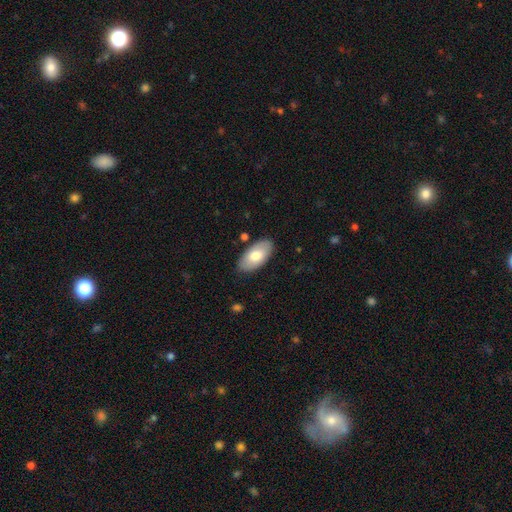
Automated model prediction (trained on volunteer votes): Q: Smooth or featured?
A: smooth (73%); runner-up: featured or disk (22%)
Q: How rounded?
A: in between (95%); runner-up: cigar-shaped (3%)
Q: Merging?
A: none (85%); runner-up: minor disturbance (11%)